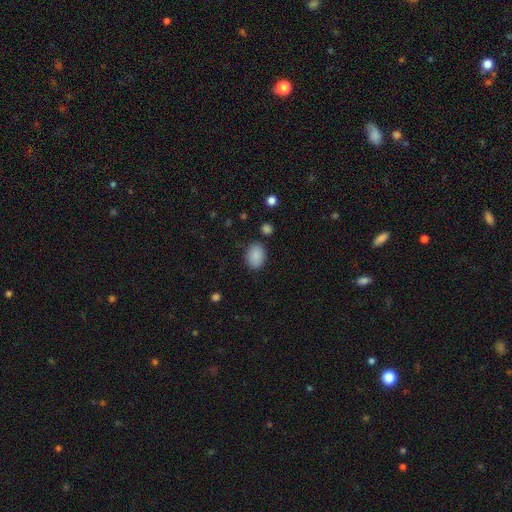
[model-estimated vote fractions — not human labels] Overall: smooth (88%). How rounded: in between (71%). Merging: none (84%).